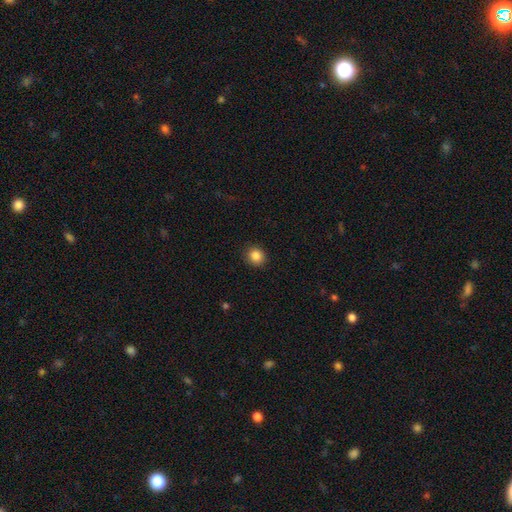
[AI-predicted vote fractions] smooth 85%, star or artifact 10%, featured or disk 5%. Down the decision tree: how rounded — round (83%); merging — none (90%).